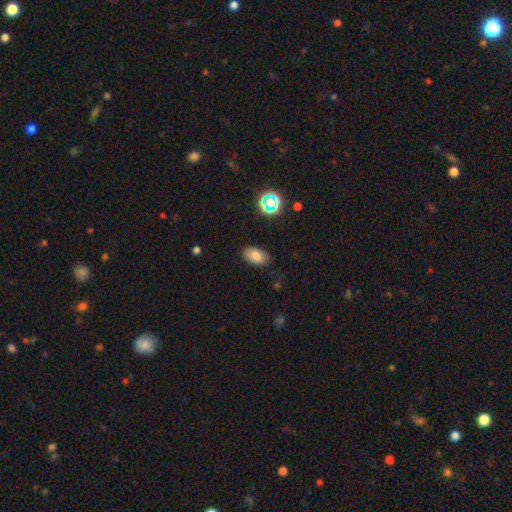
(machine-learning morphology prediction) Smooth or featured? smooth (79%)
How rounded? in between (92%)
Merging? none (82%)